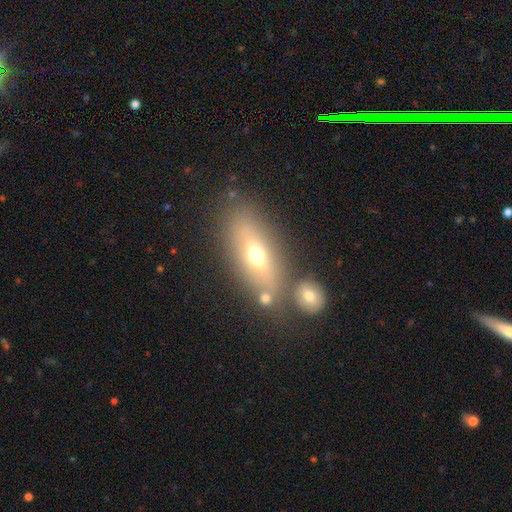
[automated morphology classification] The model was most divided on "smooth or featured": smooth: 58%, featured or disk: 31%, star or artifact: 11%. More confident: how rounded — in between (70%); merging — none (67%).